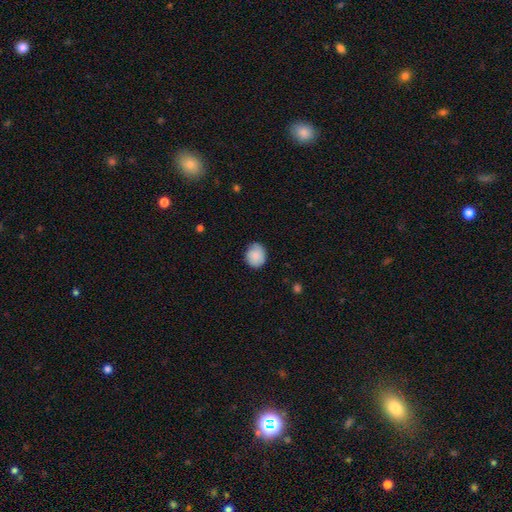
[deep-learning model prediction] Q: Smooth or featured?
A: smooth (86%); runner-up: featured or disk (7%)
Q: How rounded?
A: round (73%); runner-up: in between (26%)
Q: Merging?
A: none (78%); runner-up: minor disturbance (18%)